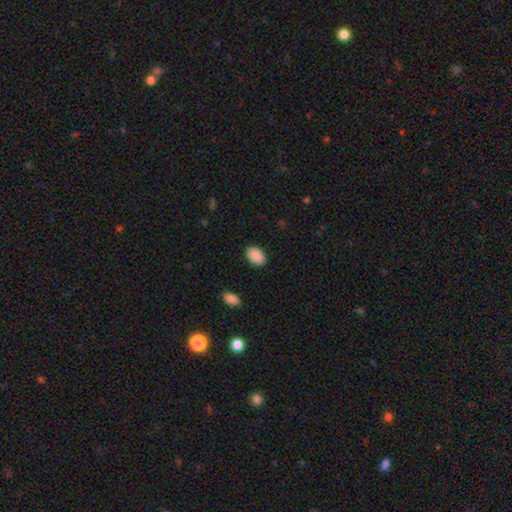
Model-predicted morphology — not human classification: A smooth galaxy with no disk features (90%) that is in between round and cigar-shaped (86%).

Vote fractions:
- Smooth or featured? smooth: 90% / star or artifact: 7% / featured or disk: 3%
- How rounded? in between: 86% / round: 12% / cigar-shaped: 1%
- Merging? none: 88% / minor disturbance: 8% / major disturbance: 2% / merger: 1%